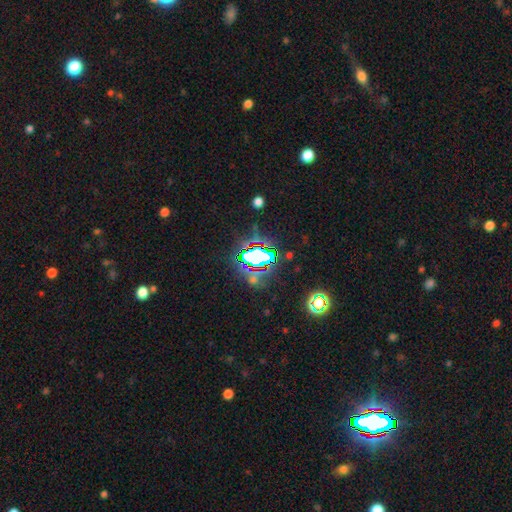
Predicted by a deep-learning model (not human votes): Q: Smooth or featured?
A: star or artifact (80%); runner-up: smooth (12%)